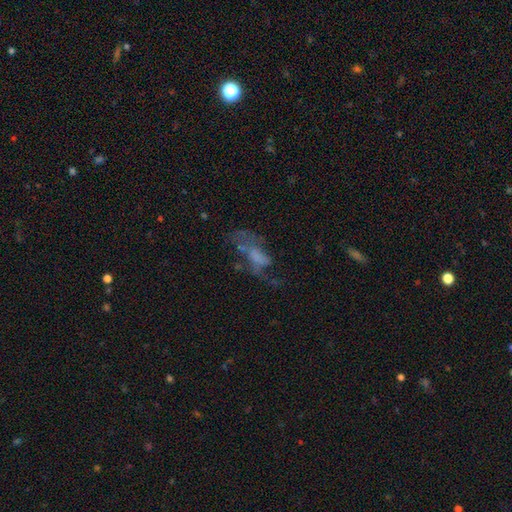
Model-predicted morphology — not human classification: smooth-or-featured: featured or disk: 53% | smooth: 30% | star or artifact: 17%
  disk-edge-on: no: 92% | yes: 8%
  merging: major disturbance: 45% | none: 32% | minor disturbance: 17% | merger: 6%